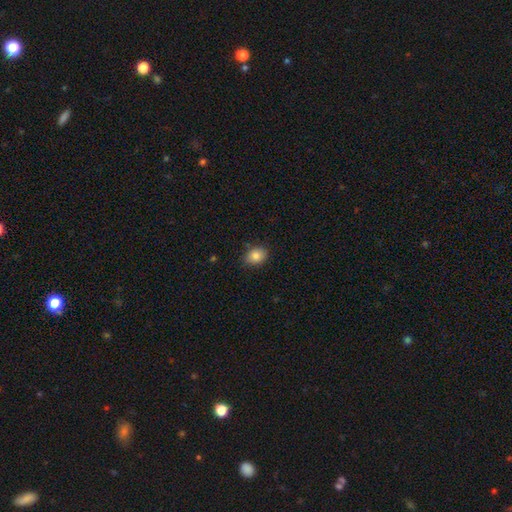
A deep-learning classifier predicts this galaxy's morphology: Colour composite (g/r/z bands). It shows a smooth galaxy with no disk features (85%) that is in between round and cigar-shaped (58%). Merging: none (82%).